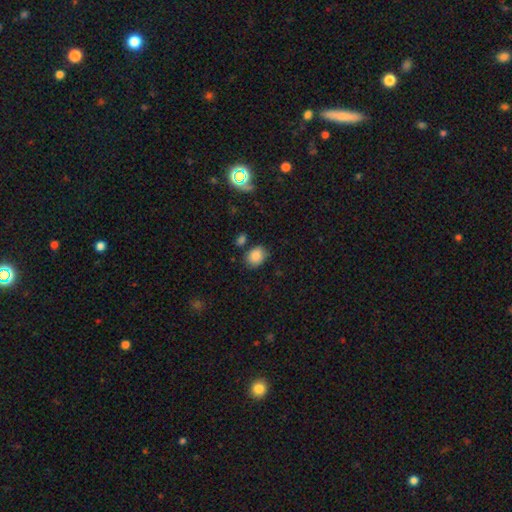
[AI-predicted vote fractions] Smooth or featured? smooth (83%)
How rounded? in between (59%)
Merging? none (74%)